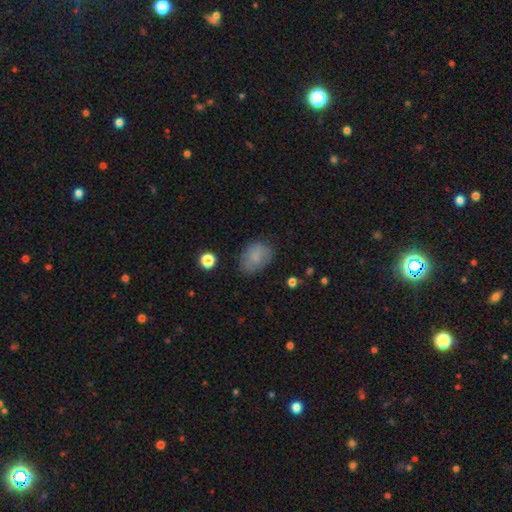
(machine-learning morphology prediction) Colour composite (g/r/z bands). It shows a smooth galaxy with no disk features (80%) that is in between round and cigar-shaped (79%). Merging: none (72%).